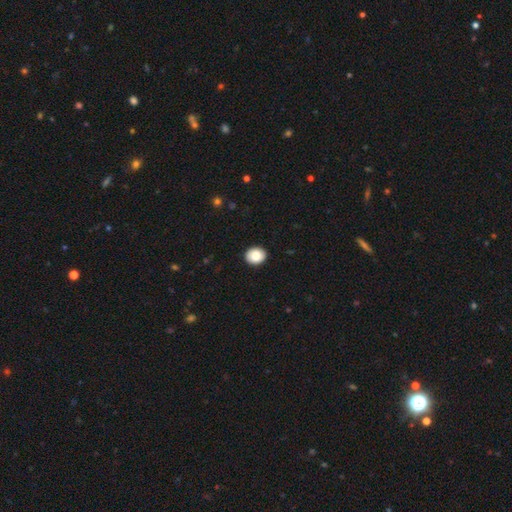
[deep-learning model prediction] Smooth or featured? Predicted: smooth (p=0.82). How rounded? Predicted: round (p=0.64). Merging? Predicted: none (p=0.91).